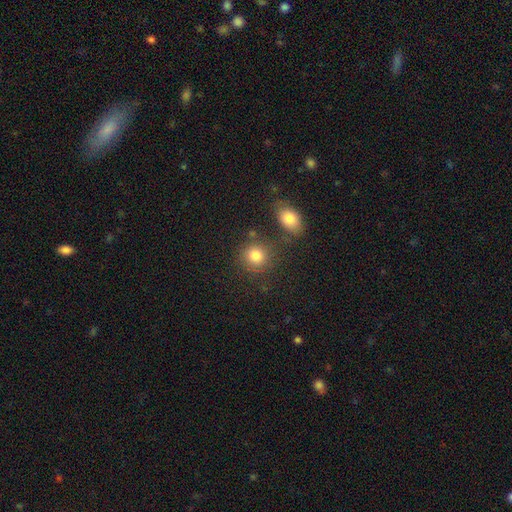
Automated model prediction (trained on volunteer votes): A smooth galaxy with no disk features (83%) that is round (83%). Merging: none (74%).